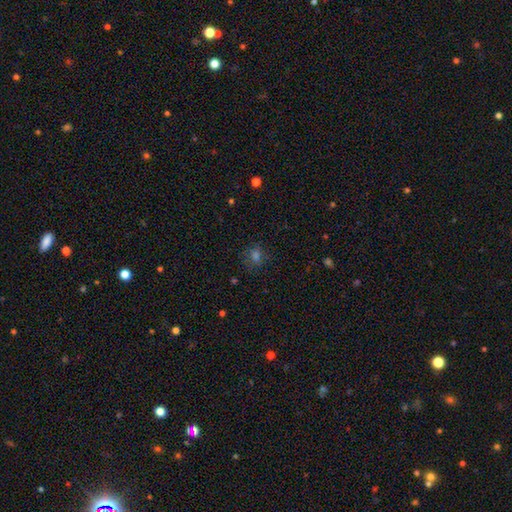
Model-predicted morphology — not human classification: smooth-or-featured: smooth: 54% | star or artifact: 33% | featured or disk: 13%
  how-rounded: round: 64% | in between: 34% | cigar-shaped: 2%
  merging: none: 75% | minor disturbance: 15% | major disturbance: 8% | merger: 2%